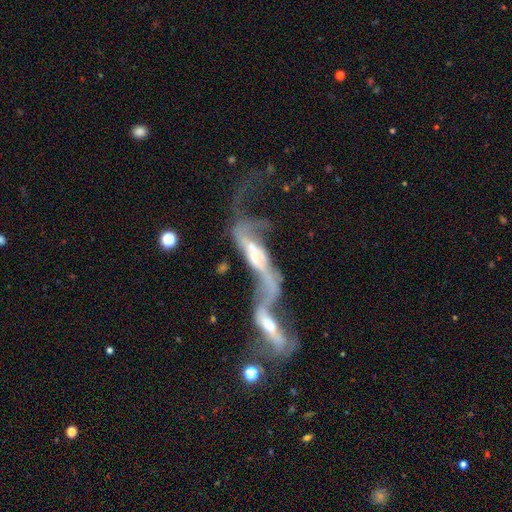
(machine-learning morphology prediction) This is likely a featured or disk galaxy (73%). It is likely not viewed edge-on (71%). Bar: possibly no (55%). Spiral arm pattern: likely yes (66%). Central bulge: possibly moderate (46%). Merging: likely merger (78%).